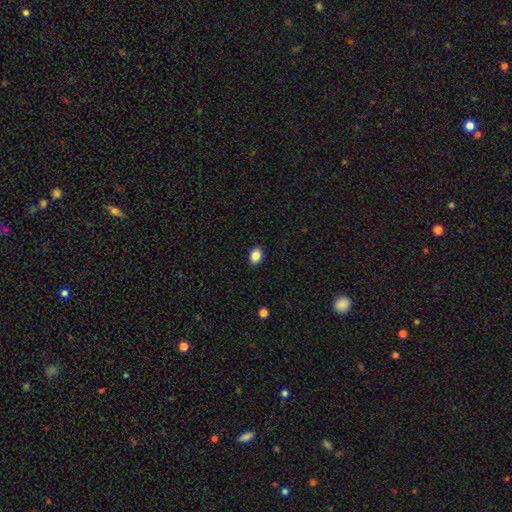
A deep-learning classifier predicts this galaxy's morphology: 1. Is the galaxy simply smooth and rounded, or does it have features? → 86% smooth, 9% star or artifact, 5% featured or disk.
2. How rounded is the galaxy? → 59% in between, 40% round, 1% cigar-shaped.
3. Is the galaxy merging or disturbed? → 90% none, 7% minor disturbance, 2% major disturbance, 1% merger.